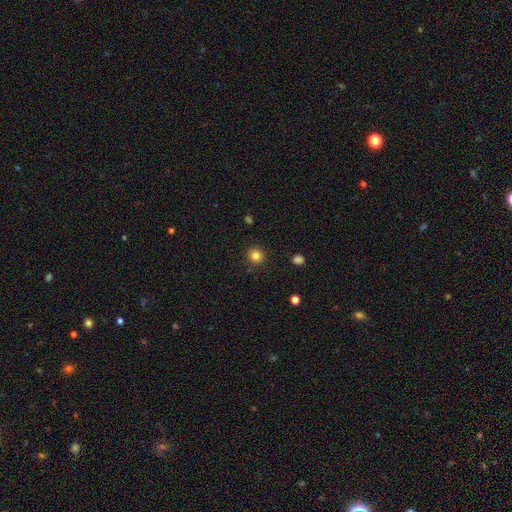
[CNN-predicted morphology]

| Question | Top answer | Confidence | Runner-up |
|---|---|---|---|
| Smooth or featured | smooth | 83% | star or artifact (12%) |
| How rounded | round | 93% | in between (6%) |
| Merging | none | 90% | minor disturbance (6%) |